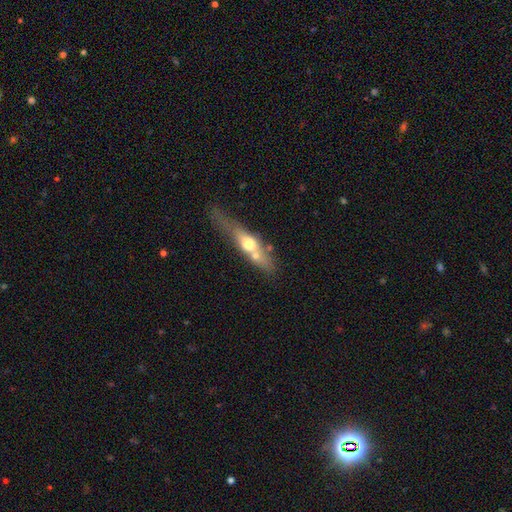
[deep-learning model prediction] Smooth or featured: featured or disk — 47% (smooth — 46%)
Merging: none — 36% (merger — 33%)